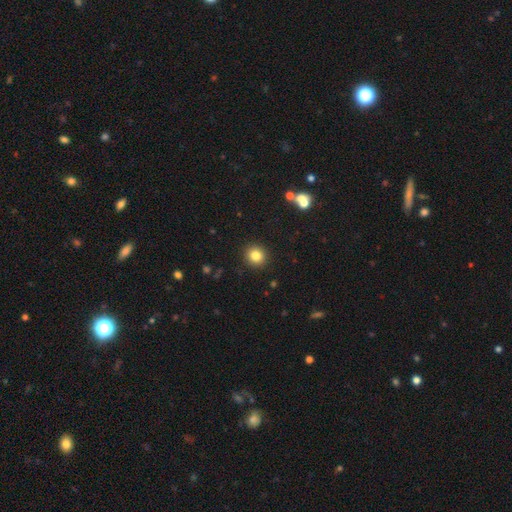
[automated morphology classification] smooth_or_featured: smooth (p=0.82) [alt: star or artifact p=0.11]
how_rounded: round (p=0.90) [alt: in between p=0.09]
merging: none (p=0.92) [alt: minor disturbance p=0.05]